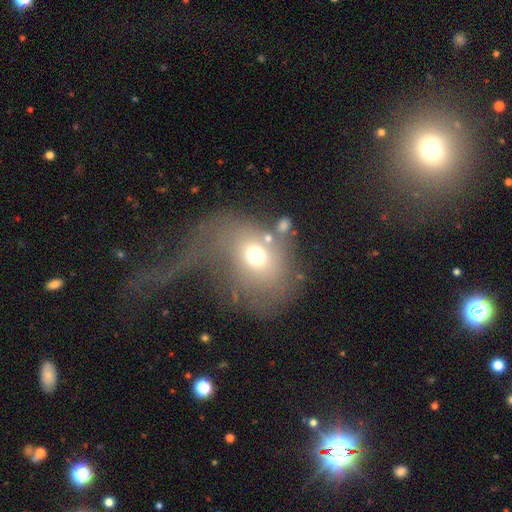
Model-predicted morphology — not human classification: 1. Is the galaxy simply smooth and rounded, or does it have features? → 51% smooth, 32% featured or disk, 17% star or artifact.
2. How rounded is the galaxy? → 58% round, 41% in between, 2% cigar-shaped.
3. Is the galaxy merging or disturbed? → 49% major disturbance, 21% none, 17% merger, 13% minor disturbance.